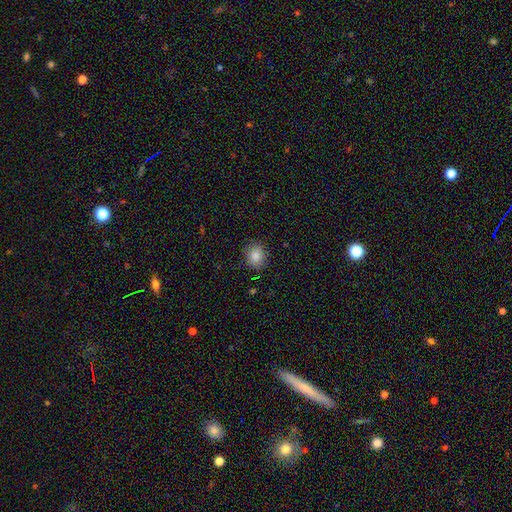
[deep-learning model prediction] Smooth or featured? smooth (85%)
How rounded? round (73%)
Merging? none (85%)